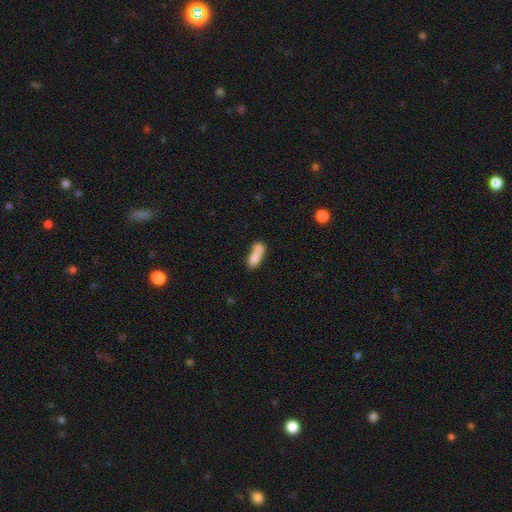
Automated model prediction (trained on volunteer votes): A smooth galaxy with no disk features (75%) that is in between round and cigar-shaped (73%).

Vote fractions:
- Smooth or featured? smooth: 75% / featured or disk: 17% / star or artifact: 8%
- How rounded? in between: 73% / cigar-shaped: 22% / round: 5%
- Merging? merger: 56% / none: 26% / minor disturbance: 12% / major disturbance: 6%